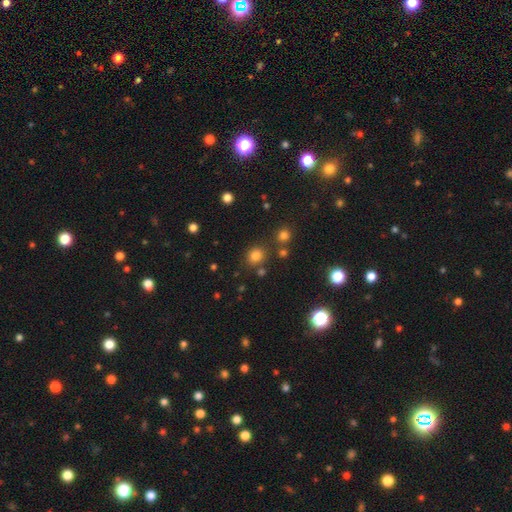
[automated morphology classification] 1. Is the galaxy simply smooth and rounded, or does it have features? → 78% smooth, 16% star or artifact, 6% featured or disk.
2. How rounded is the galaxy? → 82% round, 17% in between, 1% cigar-shaped.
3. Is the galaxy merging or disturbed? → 78% none, 9% minor disturbance, 9% merger, 4% major disturbance.